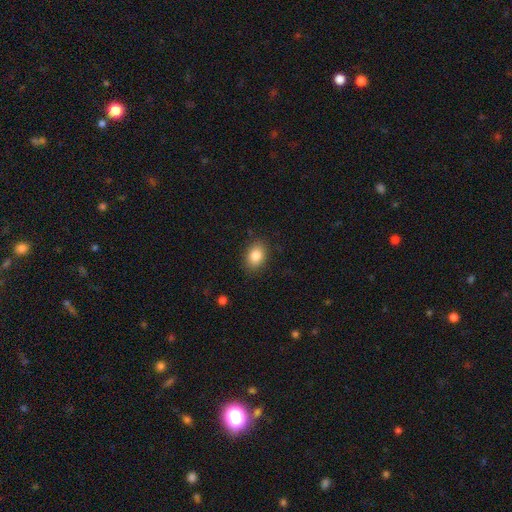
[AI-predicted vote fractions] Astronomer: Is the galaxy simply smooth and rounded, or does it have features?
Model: smooth — 84%.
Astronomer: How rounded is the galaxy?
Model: in between — 75%.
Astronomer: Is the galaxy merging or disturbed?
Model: none — 86%.